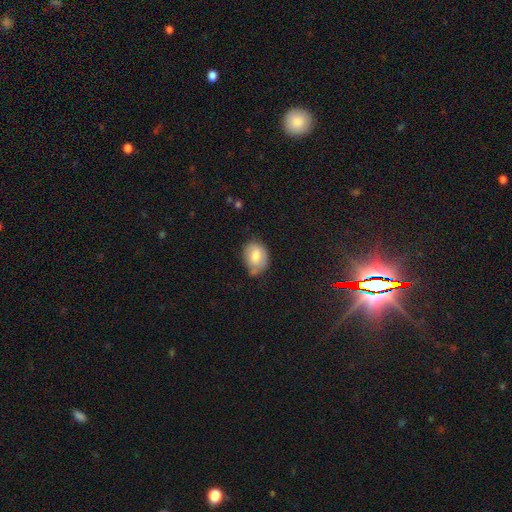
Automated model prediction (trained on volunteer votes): Q: Smooth or featured?
A: smooth (74%); runner-up: featured or disk (18%)
Q: How rounded?
A: in between (65%); runner-up: round (34%)
Q: Merging?
A: none (48%); runner-up: minor disturbance (40%)